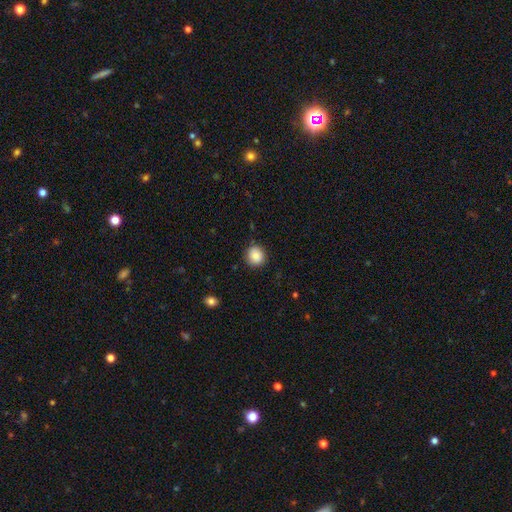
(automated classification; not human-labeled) Smooth or featured: smooth — 87% (star or artifact — 9%)
How rounded: round — 85% (in between — 14%)
Merging: none — 86% (minor disturbance — 11%)